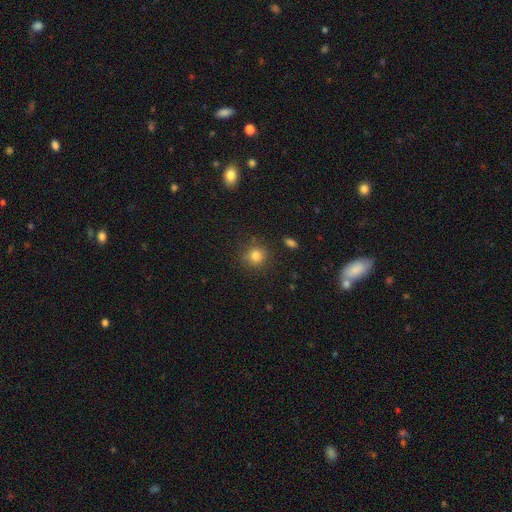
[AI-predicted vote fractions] Q: Smooth or featured?
A: smooth (81%); runner-up: star or artifact (12%)
Q: How rounded?
A: round (90%); runner-up: in between (9%)
Q: Merging?
A: none (84%); runner-up: minor disturbance (10%)